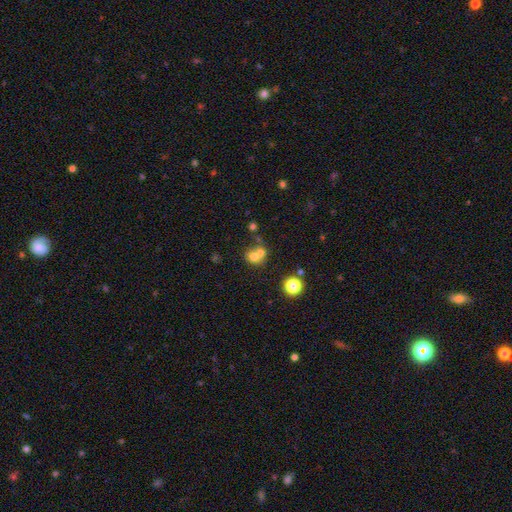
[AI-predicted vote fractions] Smooth or featured: smooth — 67% (featured or disk — 18%)
How rounded: round — 70% (in between — 29%)
Merging: merger — 55% (none — 33%)